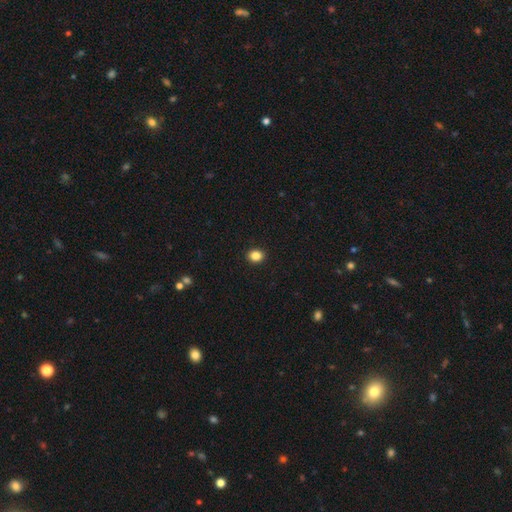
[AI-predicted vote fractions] smooth-or-featured: smooth: 85% | star or artifact: 10% | featured or disk: 4%
  how-rounded: round: 63% | in between: 36% | cigar-shaped: 1%
  merging: none: 92% | minor disturbance: 5% | major disturbance: 2% | merger: 1%